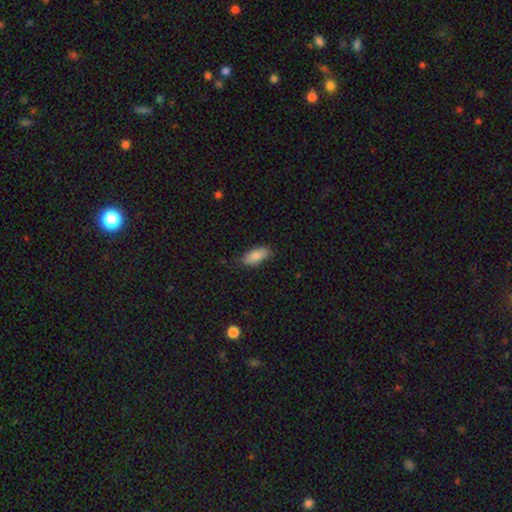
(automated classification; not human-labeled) Smooth or featured? smooth (85%)
How rounded? in between (83%)
Merging? none (78%)